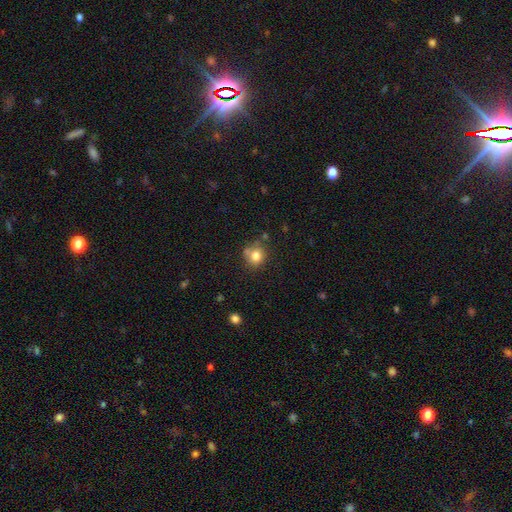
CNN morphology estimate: The model was most divided on "merging": none: 62%, minor disturbance: 17%, merger: 16%, major disturbance: 5%. More confident: smooth or featured — smooth (79%); how rounded — round (77%).